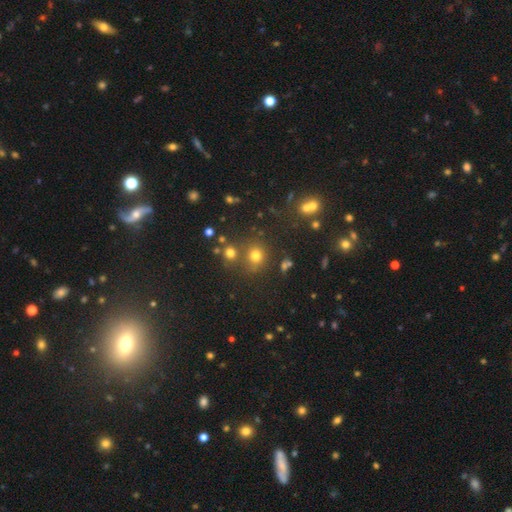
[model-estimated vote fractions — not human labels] Overall: smooth (71%). How rounded: round (86%). Merging: none (70%).